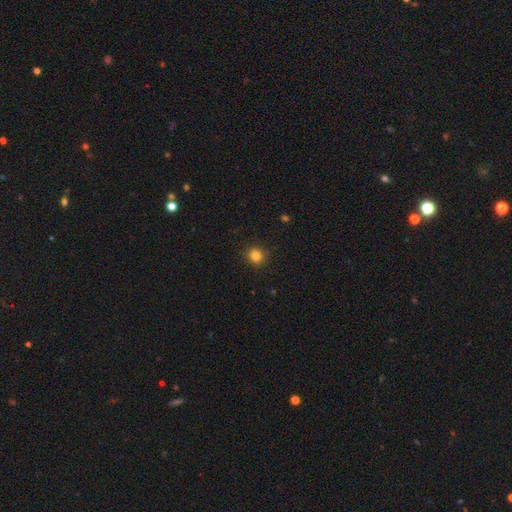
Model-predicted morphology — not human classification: This is clearly a smooth galaxy (84%). How rounded: clearly round (90%). Merging: clearly none (90%).